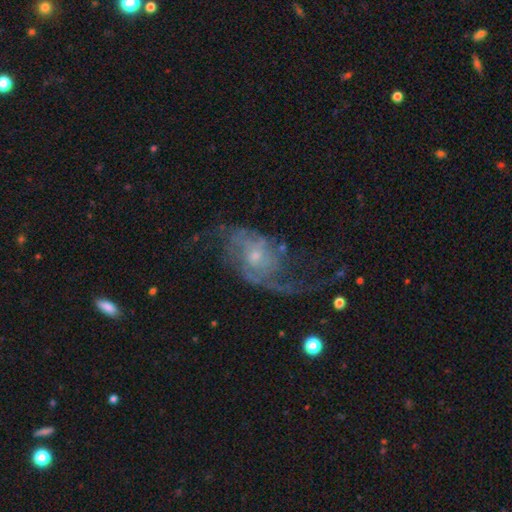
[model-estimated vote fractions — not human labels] This appears to be a featured or disk galaxy (80%) with no bar (67%), 2 (65%) loose (57%) spiral arms (88%) and a small central bulge (63%). Merging: none (42%).